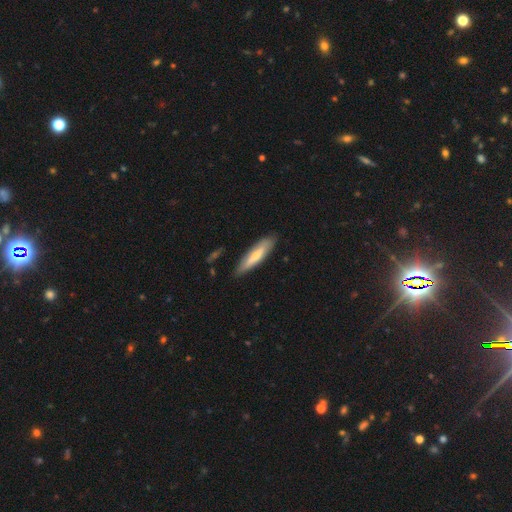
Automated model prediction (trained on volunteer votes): Smooth or featured?
  - smooth: 58% *
  - featured or disk: 37%
  - star or artifact: 5%
How rounded?
  - cigar-shaped: 75% *
  - in between: 24%
  - round: 1%
Merging?
  - none: 83% *
  - minor disturbance: 13%
  - major disturbance: 2%
  - merger: 1%